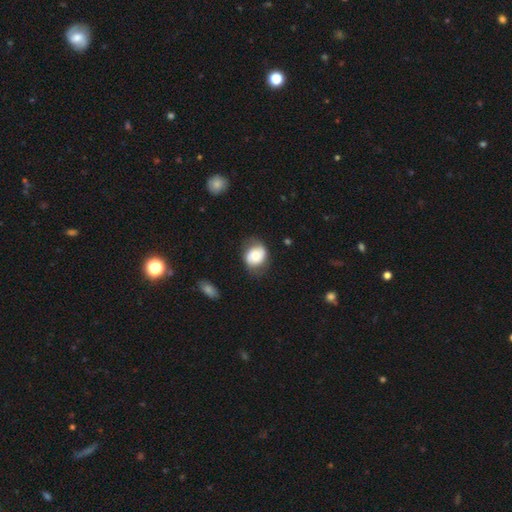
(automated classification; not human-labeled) Q: Smooth or featured?
A: smooth (63%); runner-up: featured or disk (30%)
Q: How rounded?
A: round (53%); runner-up: in between (46%)
Q: Merging?
A: none (70%); runner-up: minor disturbance (22%)